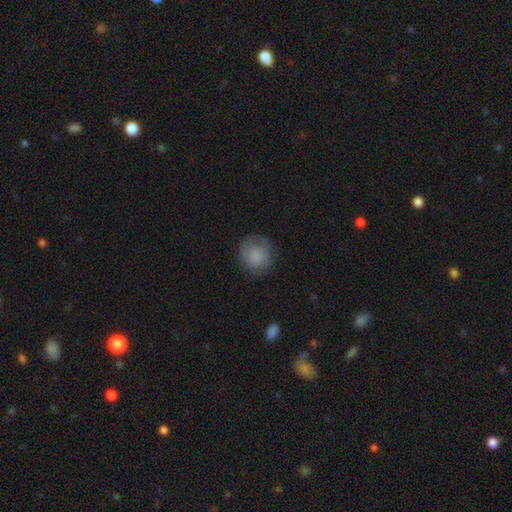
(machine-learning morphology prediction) Smooth or featured: smooth — 78% (featured or disk — 14%)
How rounded: round — 87% (in between — 12%)
Merging: none — 76% (minor disturbance — 17%)